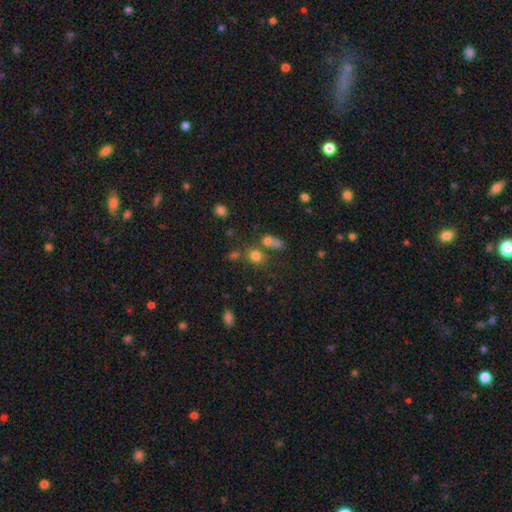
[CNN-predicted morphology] A smooth galaxy with no disk features (74%) that is round (79%).

Vote fractions:
- Smooth or featured? smooth: 74% / star or artifact: 18% / featured or disk: 9%
- How rounded? round: 79% / in between: 19% / cigar-shaped: 1%
- Merging? none: 58% / merger: 26% / minor disturbance: 11% / major disturbance: 6%